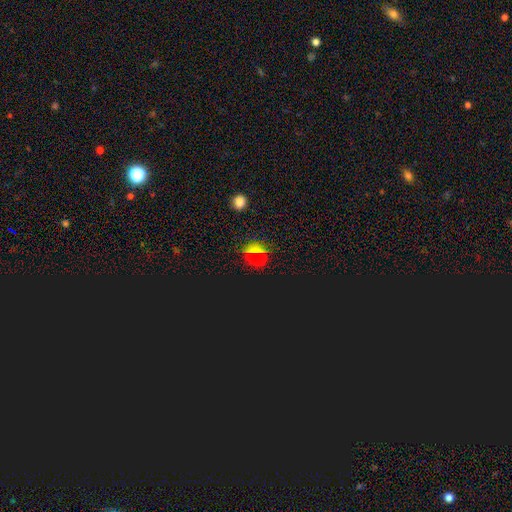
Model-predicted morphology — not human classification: A star or artifact, not a galaxy (49%).